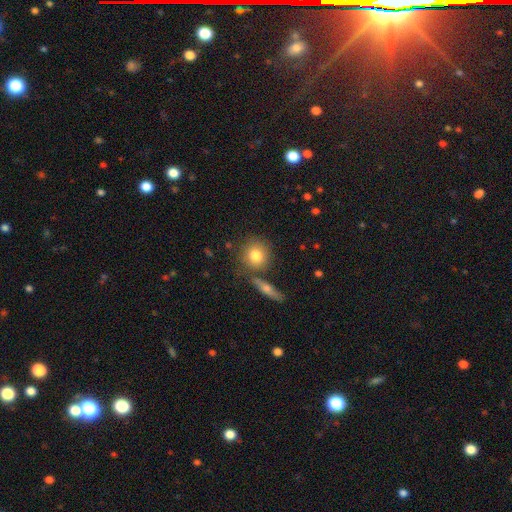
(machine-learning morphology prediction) type=smooth (79%); roundness=round (85%); merging=none (73%).